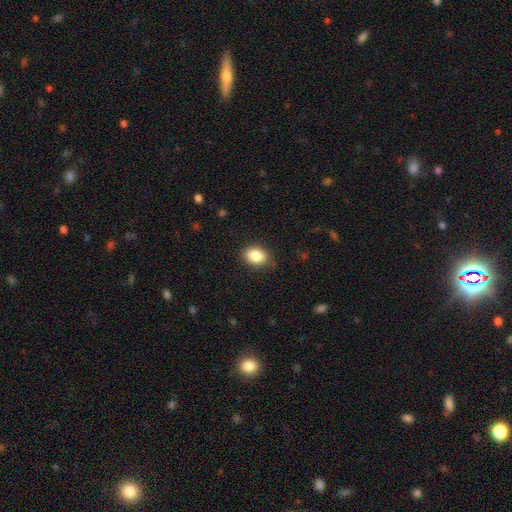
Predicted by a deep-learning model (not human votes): A smooth galaxy with no disk features (87%) that is in between round and cigar-shaped (64%).

Vote fractions:
- Smooth or featured? smooth: 87% / star or artifact: 9% / featured or disk: 5%
- How rounded? in between: 64% / round: 35% / cigar-shaped: 1%
- Merging? none: 83% / minor disturbance: 13% / major disturbance: 3% / merger: 1%